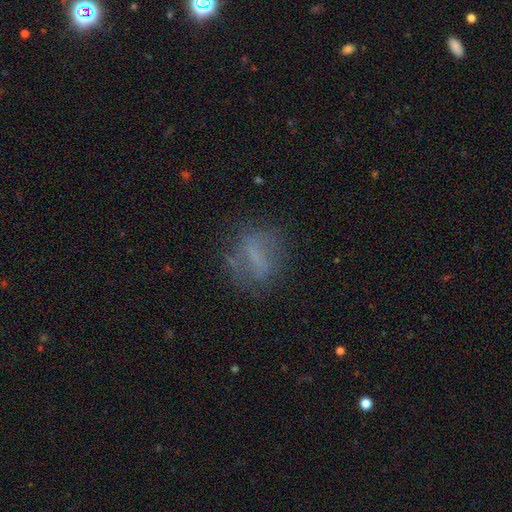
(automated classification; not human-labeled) Smooth or featured: smooth — 51% (featured or disk — 34%)
How rounded: in between — 48% (round — 40%)
Merging: none — 67% (minor disturbance — 18%)